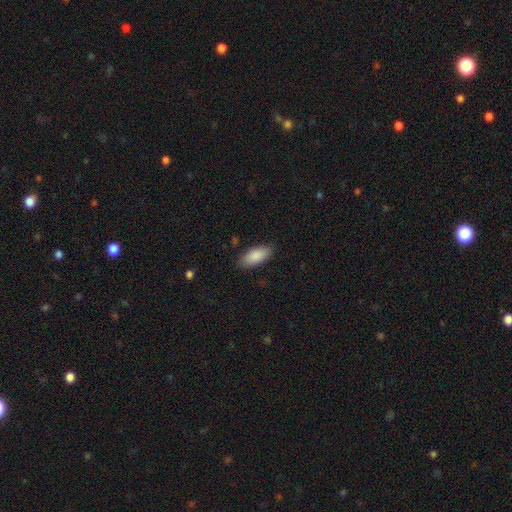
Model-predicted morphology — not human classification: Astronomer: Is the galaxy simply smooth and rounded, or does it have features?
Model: smooth — 87%.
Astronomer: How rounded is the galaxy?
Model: in between — 87%.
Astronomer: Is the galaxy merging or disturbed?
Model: none — 85%.